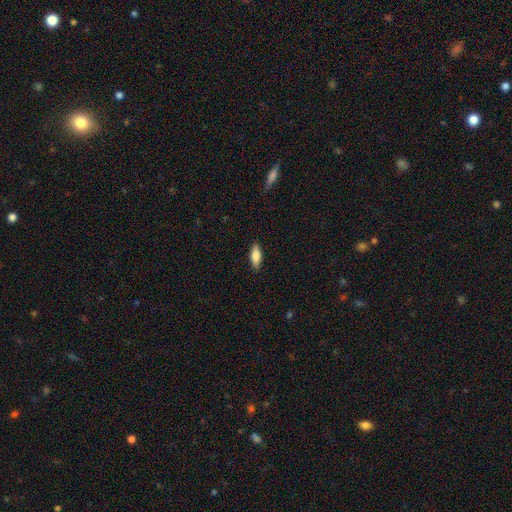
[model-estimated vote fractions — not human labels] A smooth galaxy with no disk features (79%) that is in between round and cigar-shaped (67%).

Vote fractions:
- Smooth or featured? smooth: 79% / featured or disk: 15% / star or artifact: 6%
- How rounded? in between: 67% / cigar-shaped: 31% / round: 2%
- Merging? none: 89% / minor disturbance: 8% / major disturbance: 2% / merger: 1%